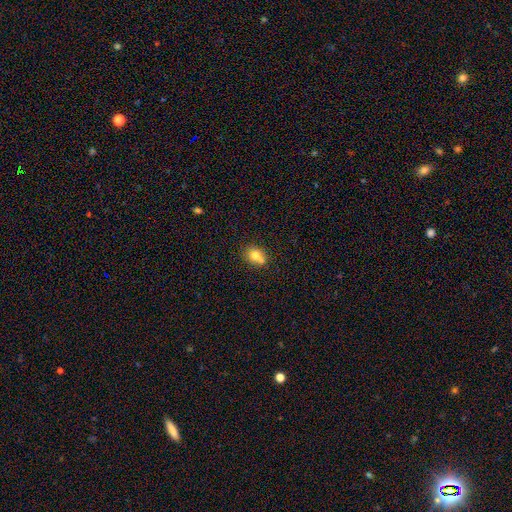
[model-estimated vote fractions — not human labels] Smooth or featured: smooth — 76% (featured or disk — 13%)
How rounded: round — 55% (in between — 44%)
Merging: none — 53% (merger — 28%)